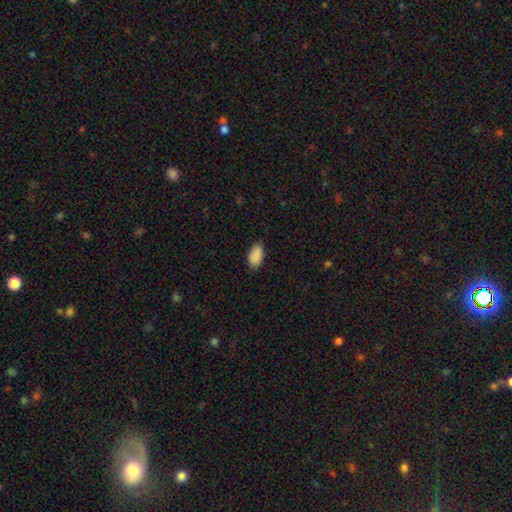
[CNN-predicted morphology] The model was most divided on "merging": none: 82%, minor disturbance: 14%, major disturbance: 3%, merger: 1%. More confident: how rounded — in between (94%); smooth or featured — smooth (90%).